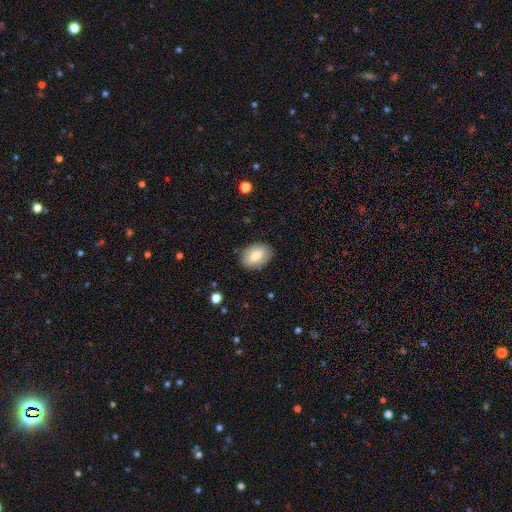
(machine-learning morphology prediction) Smooth or featured? smooth (78%)
How rounded? in between (86%)
Merging? none (85%)